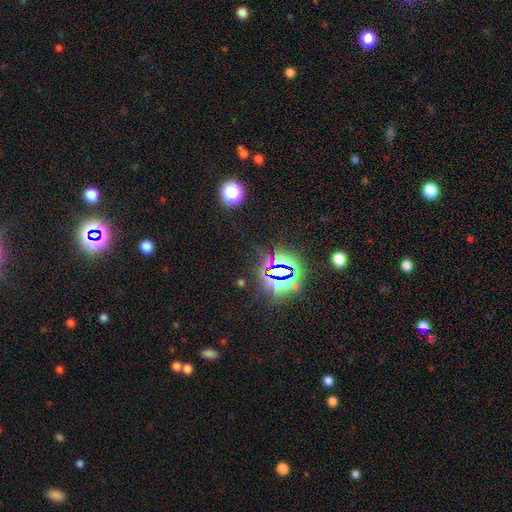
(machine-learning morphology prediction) star or artifact 83%, smooth 11%, featured or disk 6%.